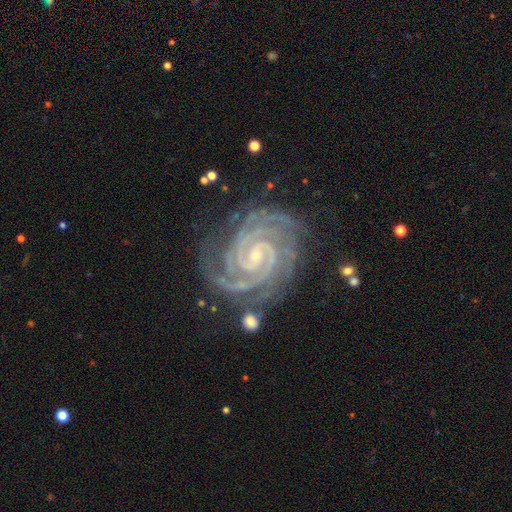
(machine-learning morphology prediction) Smooth or featured?
  - featured or disk: 94% *
  - star or artifact: 4%
  - smooth: 2%
Edge-on disk?
  - no: 98% *
  - yes: 2%
Bar?
  - weak: 39% *
  - no: 38%
  - strong: 24%
Spiral arms?
  - yes: 99% *
  - no: 1%
Spiral winding?
  - tight: 85% *
  - medium: 13%
  - loose: 1%
Spiral arm count?
  - 2: 48% *
  - 3: 22%
  - 4: 12%
  - can't tell: 7%
  - more than 4: 6%
  - 1: 5%
Bulge size?
  - small: 79% *
  - moderate: 15%
  - none: 4%
  - large: 1%
  - dominant: 1%
Merging?
  - none: 77% *
  - minor disturbance: 16%
  - major disturbance: 5%
  - merger: 2%